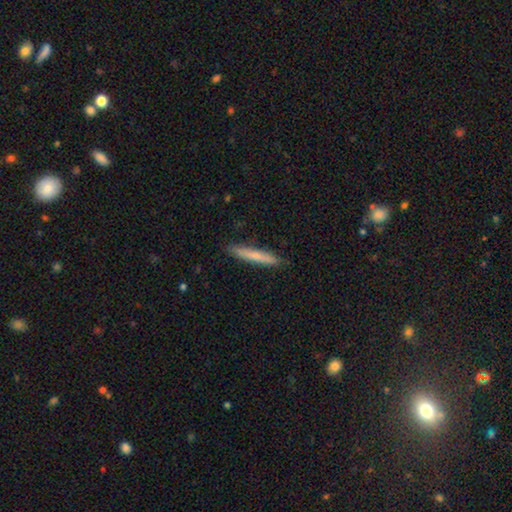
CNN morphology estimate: type=smooth (67%); roundness=cigar-shaped (95%); merging=none (90%).